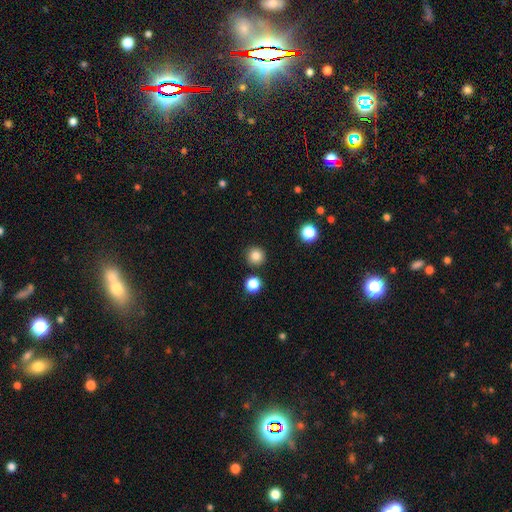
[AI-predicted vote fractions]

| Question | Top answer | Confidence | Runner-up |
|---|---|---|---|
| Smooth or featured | smooth | 85% | star or artifact (11%) |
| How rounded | round | 94% | in between (5%) |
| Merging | none | 88% | minor disturbance (6%) |